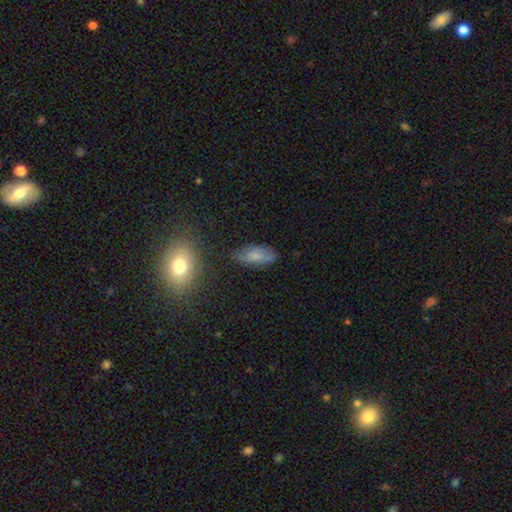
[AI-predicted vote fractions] A smooth galaxy with no disk features (70%) that is in between round and cigar-shaped (83%).

Vote fractions:
- Smooth or featured? smooth: 70% / featured or disk: 22% / star or artifact: 9%
- How rounded? in between: 83% / cigar-shaped: 13% / round: 4%
- Merging? none: 73% / minor disturbance: 20% / major disturbance: 5% / merger: 2%